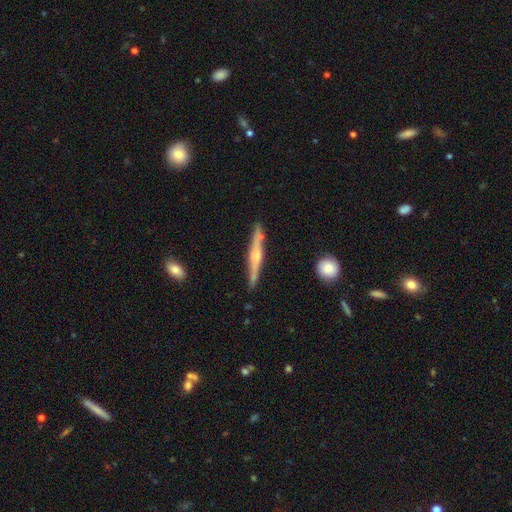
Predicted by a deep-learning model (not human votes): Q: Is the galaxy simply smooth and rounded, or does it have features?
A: featured or disk — 67%.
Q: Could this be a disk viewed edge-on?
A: yes — 97%.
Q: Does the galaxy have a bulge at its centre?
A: rounded — 71%.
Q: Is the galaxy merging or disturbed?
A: none — 82%.